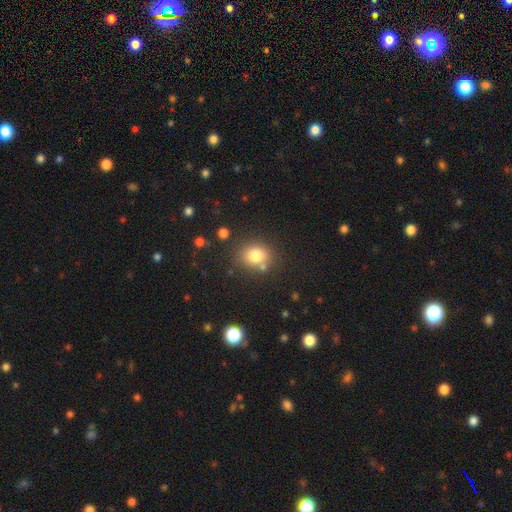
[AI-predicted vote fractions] smooth 79%, star or artifact 12%, featured or disk 9%. Down the decision tree: how rounded — round (65%); merging — none (74%).